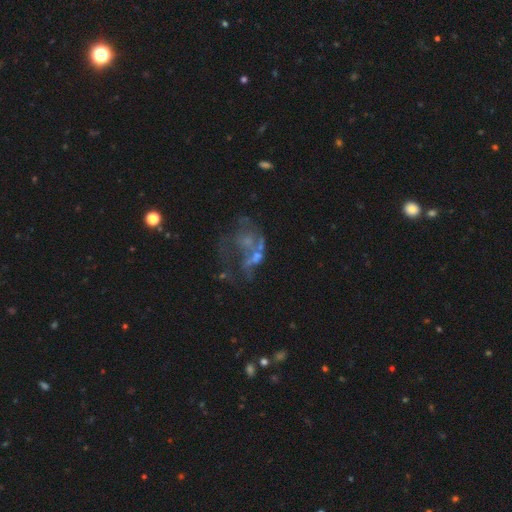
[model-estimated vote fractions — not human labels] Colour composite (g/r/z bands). It shows a featured or disk galaxy (59%) with no bar (86%), no spiral arms (76%) and no central bulge (53%). Merging: major disturbance (36%).